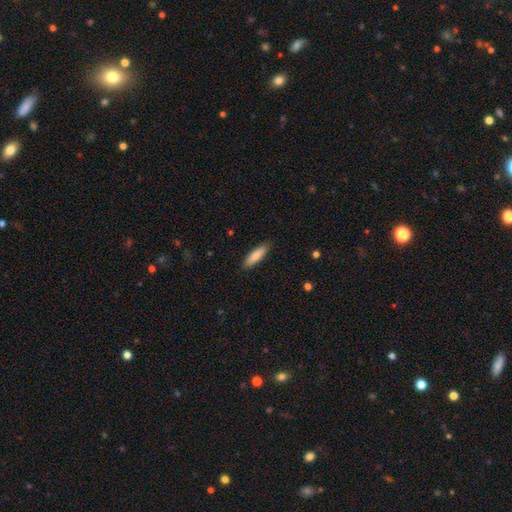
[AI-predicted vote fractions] The model was most divided on "how rounded": cigar-shaped: 65%, in between: 34%, round: 1%. More confident: merging — none (87%); smooth or featured — smooth (84%).